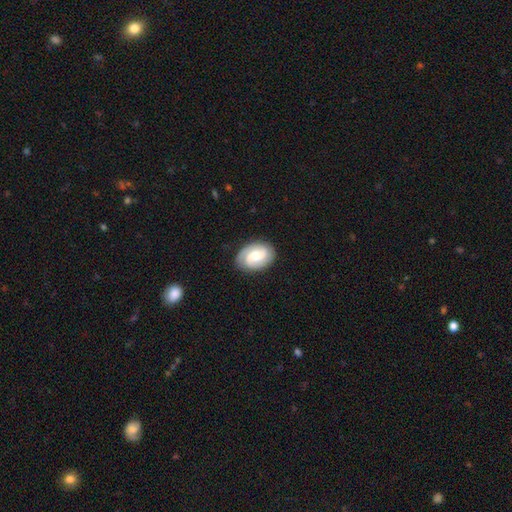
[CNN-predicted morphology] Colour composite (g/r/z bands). It shows a featured or disk galaxy (75%) with no bar (48%), 2 (68%) tight (50%) spiral arms (95%) and a moderate central bulge (61%). Merging: none (83%).